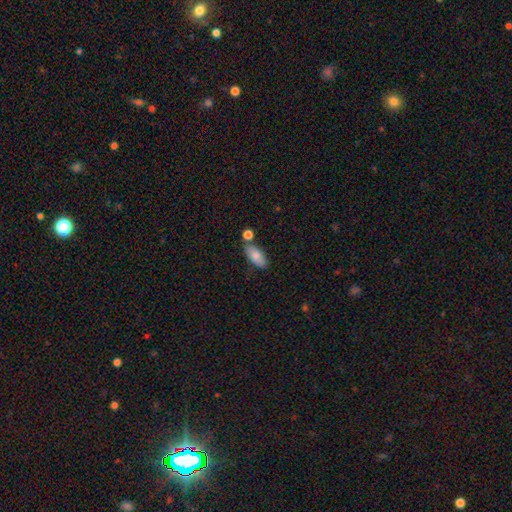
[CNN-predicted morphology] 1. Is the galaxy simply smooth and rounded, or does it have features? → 82% smooth, 11% featured or disk, 7% star or artifact.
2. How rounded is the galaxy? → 86% in between, 11% cigar-shaped, 3% round.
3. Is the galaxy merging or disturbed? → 70% none, 14% minor disturbance, 12% merger, 3% major disturbance.